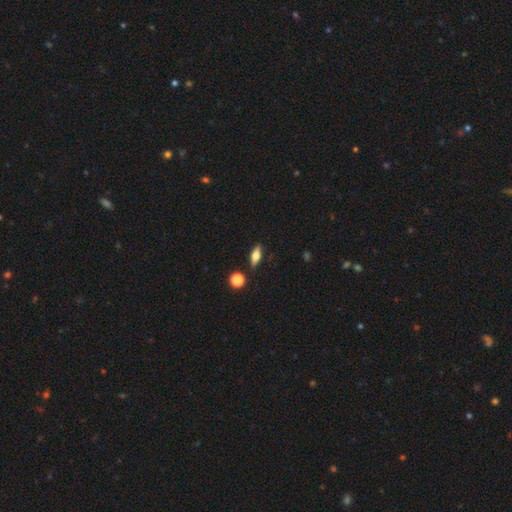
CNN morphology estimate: type=smooth (53%); roundness=in between (63%); merging=none (86%).